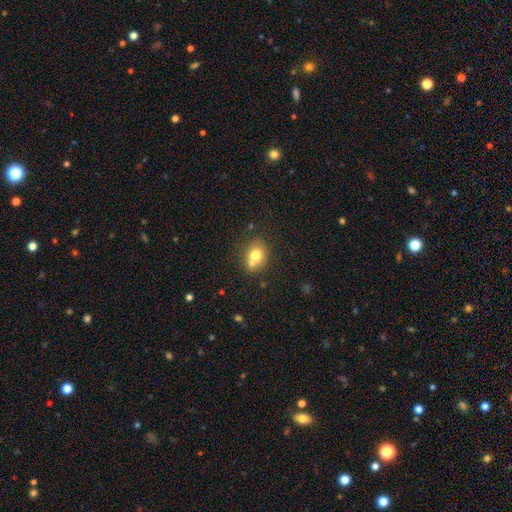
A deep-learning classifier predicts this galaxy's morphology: type=smooth (71%); roundness=round (54%); merging=none (49%).